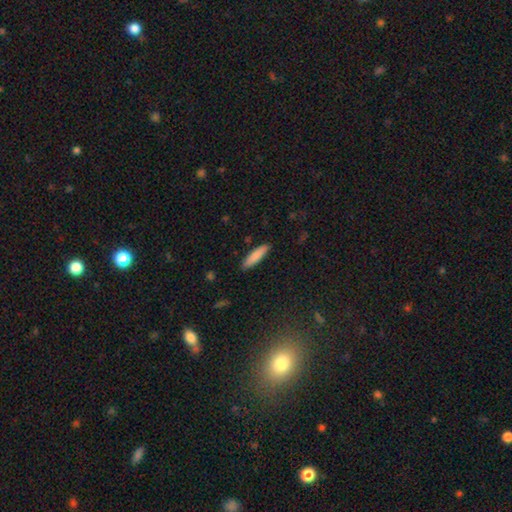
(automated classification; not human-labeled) Smooth or featured? Predicted: smooth (p=0.84). How rounded? Predicted: cigar-shaped (p=0.77). Merging? Predicted: none (p=0.89).